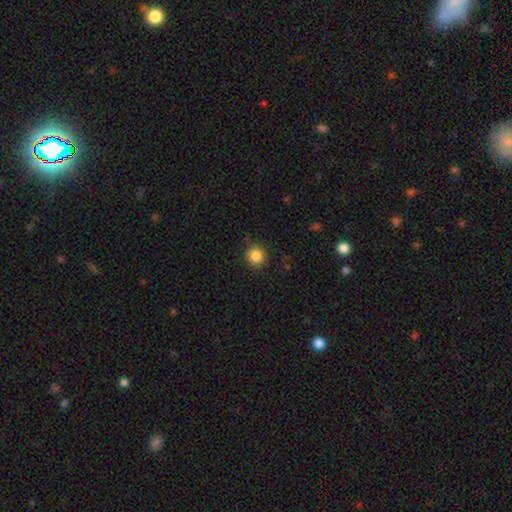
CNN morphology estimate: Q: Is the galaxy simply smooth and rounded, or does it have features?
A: smooth — 86%.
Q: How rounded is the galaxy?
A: round — 93%.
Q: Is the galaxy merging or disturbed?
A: none — 87%.